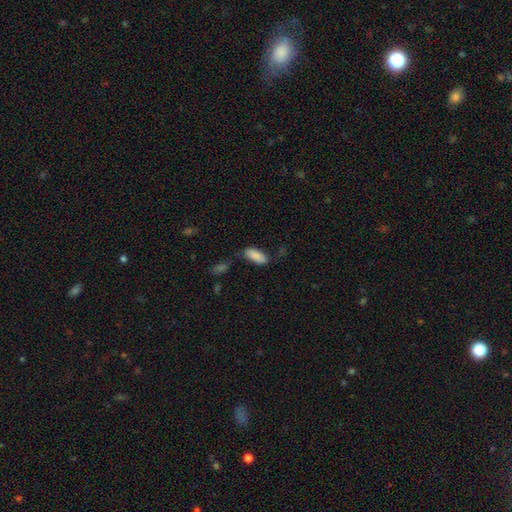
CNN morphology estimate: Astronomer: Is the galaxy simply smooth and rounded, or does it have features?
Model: smooth — 87%.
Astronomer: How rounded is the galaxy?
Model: in between — 87%.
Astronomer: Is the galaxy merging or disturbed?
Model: none — 59%.